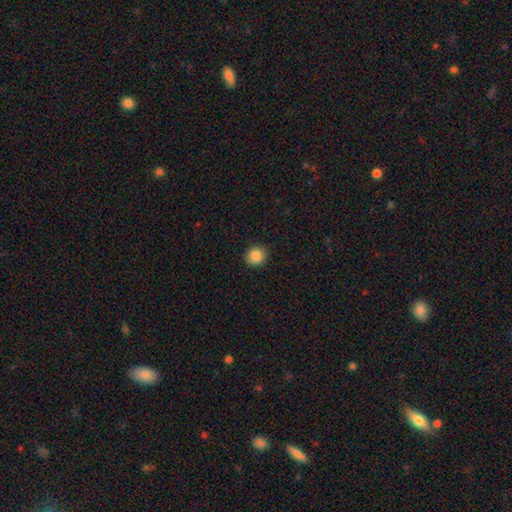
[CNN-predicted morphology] A smooth galaxy with no disk features (87%) that is round (88%).

Vote fractions:
- Smooth or featured? smooth: 87% / star or artifact: 9% / featured or disk: 4%
- How rounded? round: 88% / in between: 11% / cigar-shaped: 1%
- Merging? none: 92% / minor disturbance: 6% / major disturbance: 2% / merger: 1%